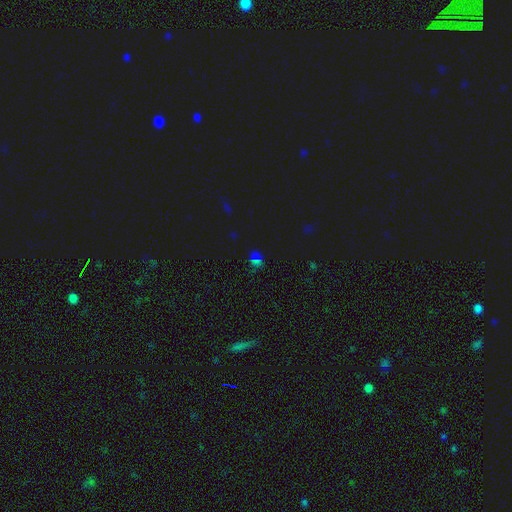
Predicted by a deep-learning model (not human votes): smooth_or_featured: star or artifact (p=0.58) [alt: smooth p=0.32]